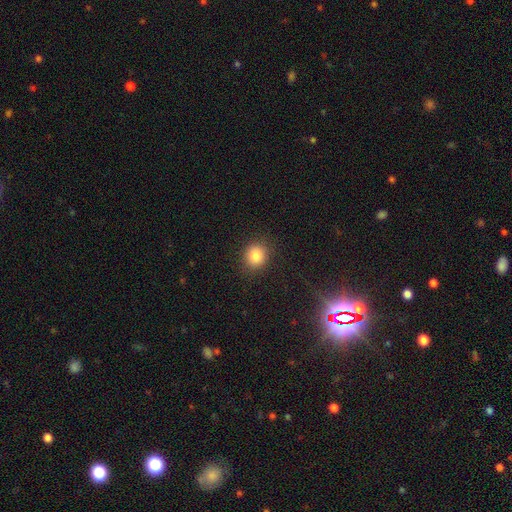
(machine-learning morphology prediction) Smooth or featured? Predicted: smooth (p=0.84). How rounded? Predicted: round (p=0.80). Merging? Predicted: none (p=0.88).